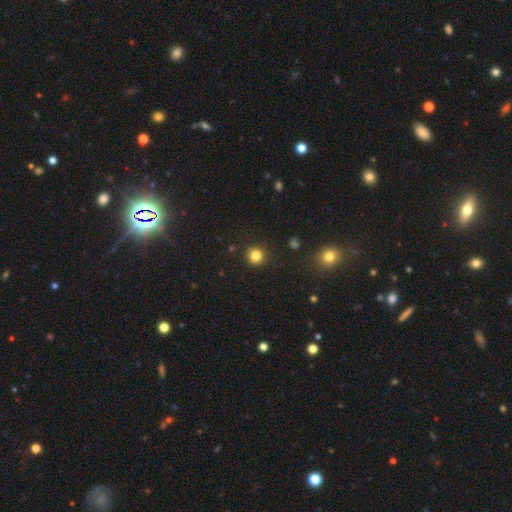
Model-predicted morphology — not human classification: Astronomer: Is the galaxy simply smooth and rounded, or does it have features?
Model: smooth — 83%.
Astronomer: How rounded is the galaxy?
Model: round — 92%.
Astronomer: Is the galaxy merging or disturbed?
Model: none — 90%.